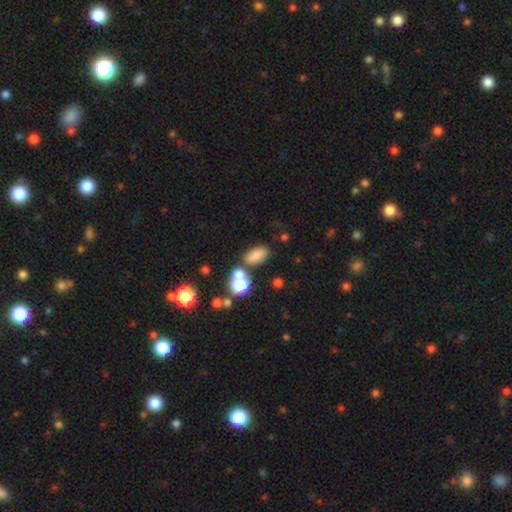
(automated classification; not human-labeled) The model was most divided on "merging": none: 65%, merger: 18%, minor disturbance: 12%, major disturbance: 5%. More confident: how rounded — in between (84%); smooth or featured — smooth (77%).